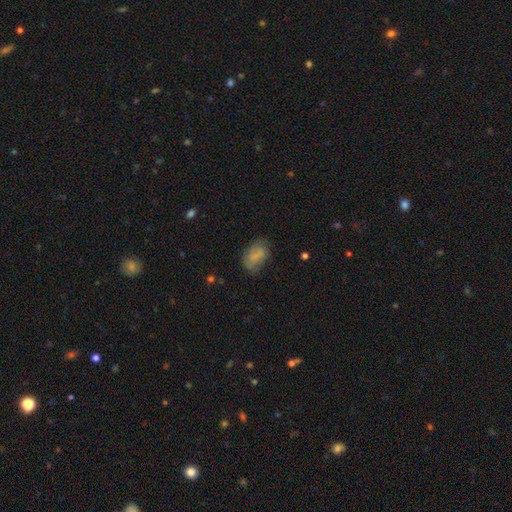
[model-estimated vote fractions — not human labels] smooth_or_featured: smooth (p=0.74) [alt: featured or disk p=0.16]
how_rounded: in between (p=0.88) [alt: round p=0.10]
merging: none (p=0.57) [alt: minor disturbance p=0.29]